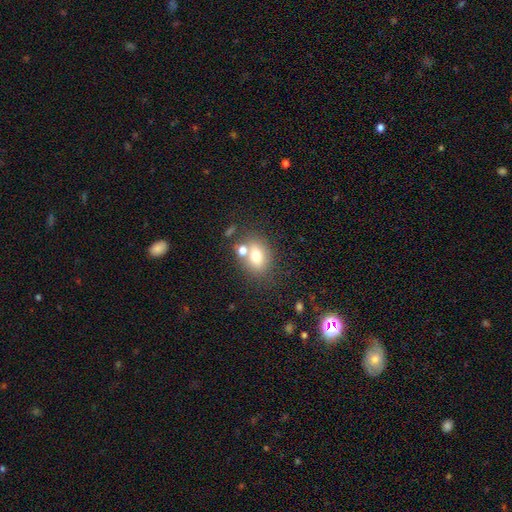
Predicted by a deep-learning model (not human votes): A smooth galaxy with no disk features (71%) that is in between round and cigar-shaped (66%). Merging: none (59%).